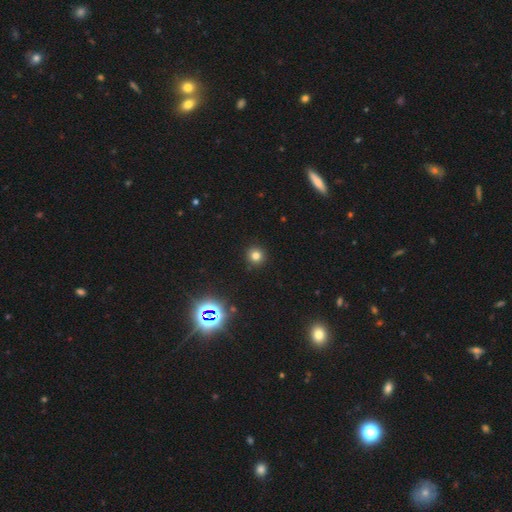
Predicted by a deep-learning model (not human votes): Morphology: type=smooth (76%); roundness=round (93%); merging=none (92%).